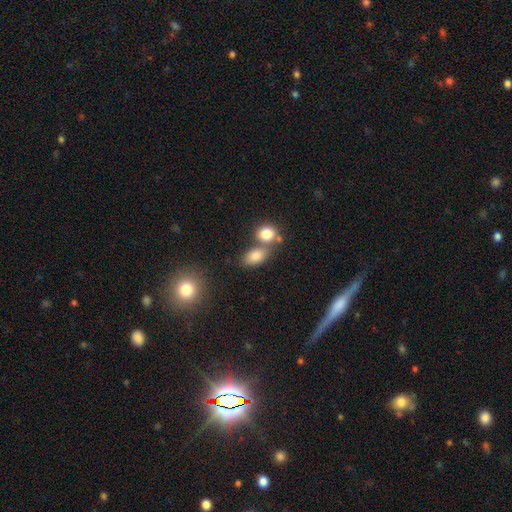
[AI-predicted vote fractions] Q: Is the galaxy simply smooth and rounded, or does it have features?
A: smooth — 82%.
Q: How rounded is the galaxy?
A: in between — 79%.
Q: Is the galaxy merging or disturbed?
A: none — 51%.